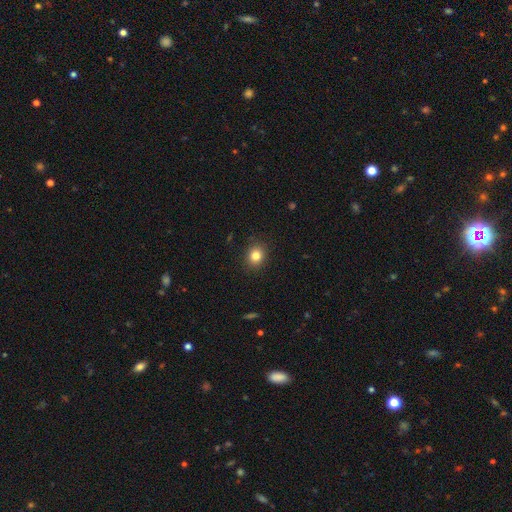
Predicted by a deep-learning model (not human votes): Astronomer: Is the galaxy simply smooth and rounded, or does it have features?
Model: smooth — 83%.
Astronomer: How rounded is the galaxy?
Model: round — 67%.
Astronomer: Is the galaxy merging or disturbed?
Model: none — 89%.